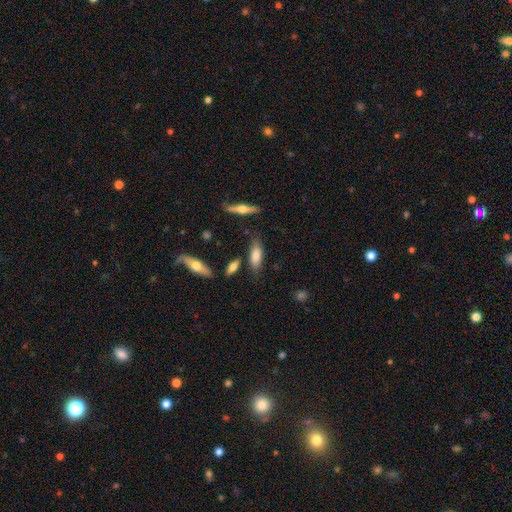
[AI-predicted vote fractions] smooth-or-featured: smooth: 71% | featured or disk: 22% | star or artifact: 7%
  how-rounded: in between: 61% | cigar-shaped: 37% | round: 2%
  merging: none: 73% | minor disturbance: 17% | merger: 7% | major disturbance: 4%